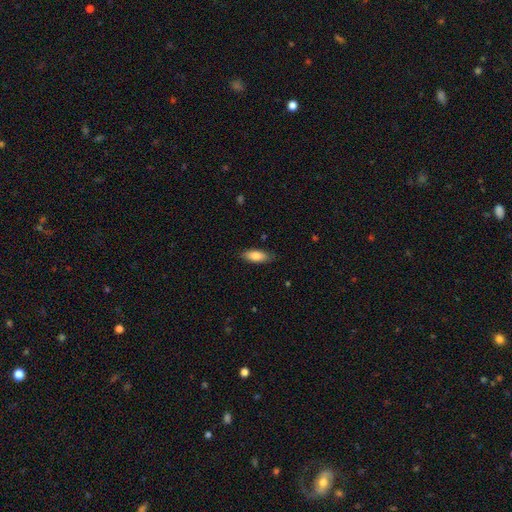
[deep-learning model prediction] Smooth or featured? Predicted: smooth (p=0.82). How rounded? Predicted: in between (p=0.78). Merging? Predicted: none (p=0.82).